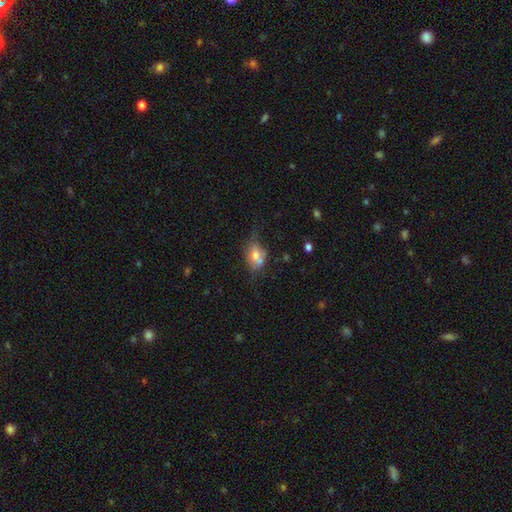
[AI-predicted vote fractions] A smooth galaxy with no disk features (63%) that is in between round and cigar-shaped (72%). Merging: none (41%).